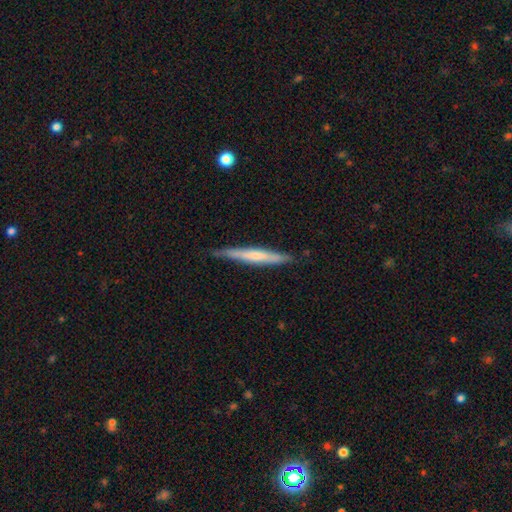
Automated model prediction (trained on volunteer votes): This is possibly a smooth galaxy (48%). Merging: clearly none (83%).